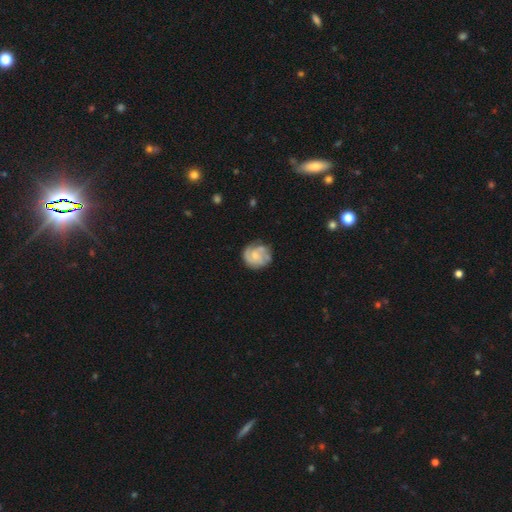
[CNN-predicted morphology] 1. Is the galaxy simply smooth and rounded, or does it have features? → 62% featured or disk, 31% smooth, 7% star or artifact.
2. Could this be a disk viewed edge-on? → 98% no, 2% yes.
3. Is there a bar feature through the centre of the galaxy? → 69% no, 28% weak, 4% strong.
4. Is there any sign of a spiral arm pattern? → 82% yes, 18% no.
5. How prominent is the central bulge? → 49% small, 33% moderate, 14% none, 3% large, 1% dominant.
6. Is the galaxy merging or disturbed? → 65% none, 22% minor disturbance, 10% major disturbance, 3% merger.